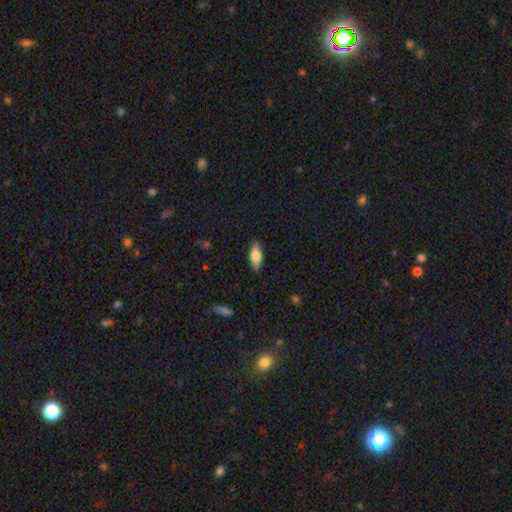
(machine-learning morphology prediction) Smooth or featured? Predicted: smooth (p=0.81). How rounded? Predicted: in between (p=0.81). Merging? Predicted: none (p=0.85).